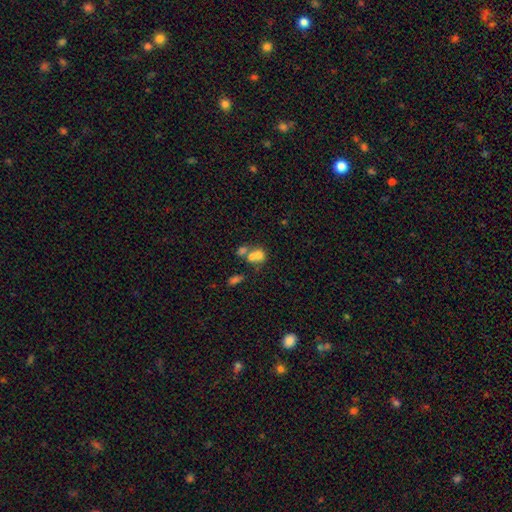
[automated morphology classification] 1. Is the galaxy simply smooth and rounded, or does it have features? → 65% smooth, 22% featured or disk, 13% star or artifact.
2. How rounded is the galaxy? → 64% round, 35% in between, 1% cigar-shaped.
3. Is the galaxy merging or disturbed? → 62% merger, 26% none, 7% minor disturbance, 5% major disturbance.